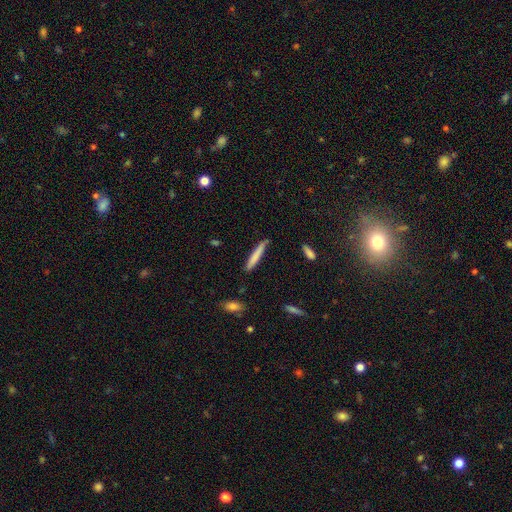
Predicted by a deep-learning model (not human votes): The model was most divided on "smooth or featured": smooth: 74%, featured or disk: 20%, star or artifact: 6%. More confident: how rounded — cigar-shaped (94%); merging — none (82%).